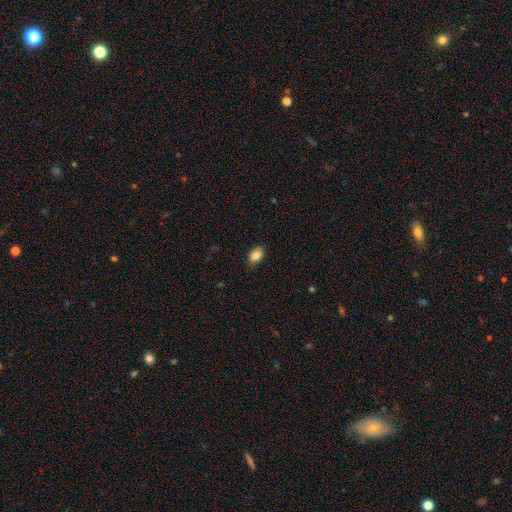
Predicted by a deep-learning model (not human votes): This appears to be a smooth galaxy with no disk features (84%) that is in between round and cigar-shaped (89%). Merging: none (87%).